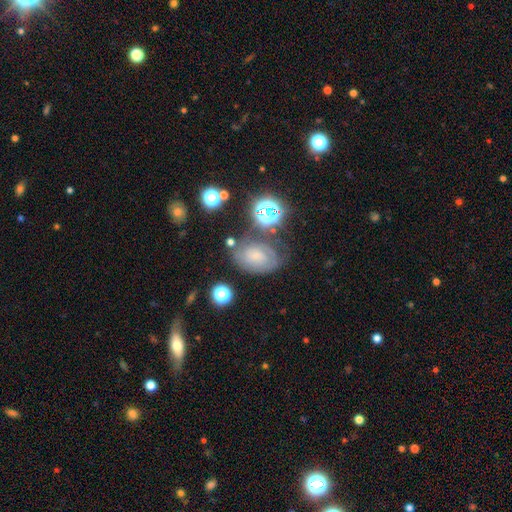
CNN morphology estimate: The model was most divided on "smooth or featured": featured or disk: 45%, smooth: 37%, star or artifact: 18%. More confident: merging — none (55%).